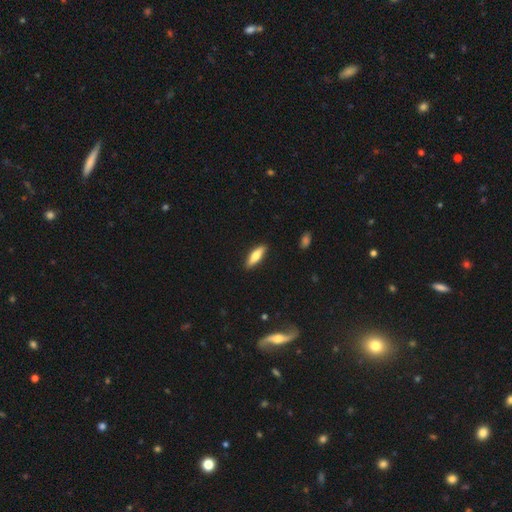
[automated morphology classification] The model was most divided on "how rounded": cigar-shaped: 57%, in between: 42%, round: 2%. More confident: merging — none (89%); smooth or featured — smooth (70%).